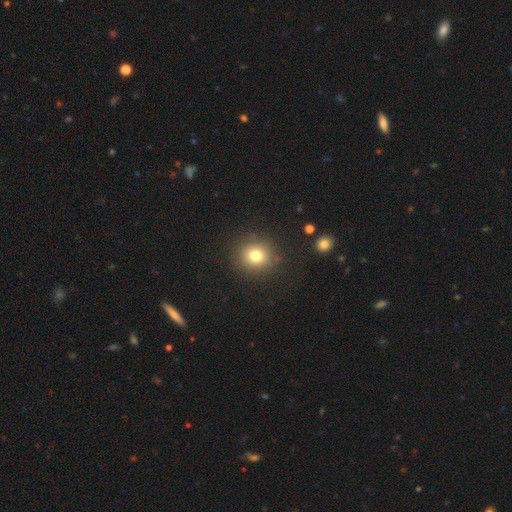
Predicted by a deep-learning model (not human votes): A smooth galaxy with no disk features (78%) that is round (89%).

Vote fractions:
- Smooth or featured? smooth: 78% / star or artifact: 13% / featured or disk: 9%
- How rounded? round: 89% / in between: 10% / cigar-shaped: 1%
- Merging? none: 89% / minor disturbance: 7% / major disturbance: 3% / merger: 1%